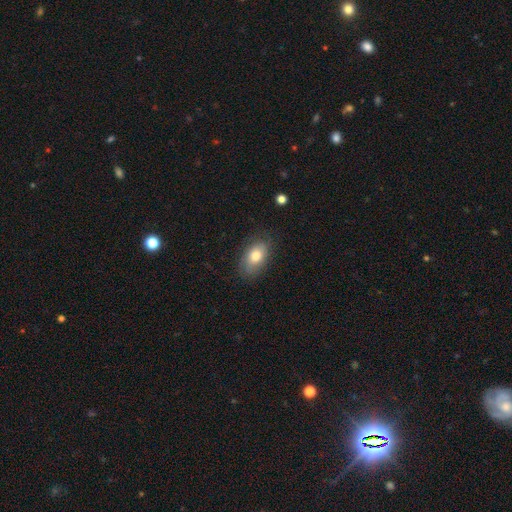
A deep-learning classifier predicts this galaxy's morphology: smooth_or_featured: smooth (p=0.76) [alt: featured or disk p=0.16]
how_rounded: in between (p=0.89) [alt: round p=0.09]
merging: none (p=0.77) [alt: minor disturbance p=0.18]